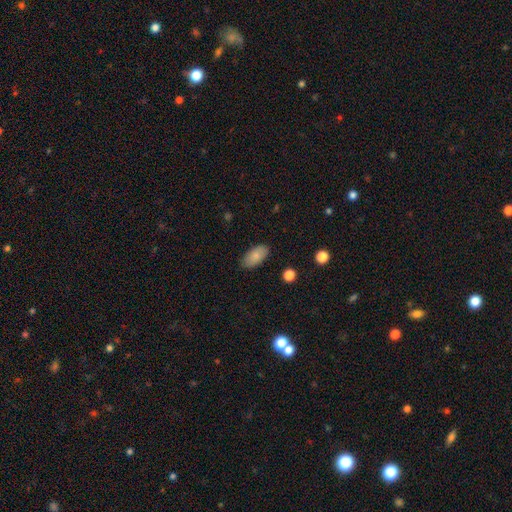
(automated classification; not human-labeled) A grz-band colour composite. It shows a smooth galaxy with no disk features (83%) that is in between round and cigar-shaped (93%). Merging: none (86%).